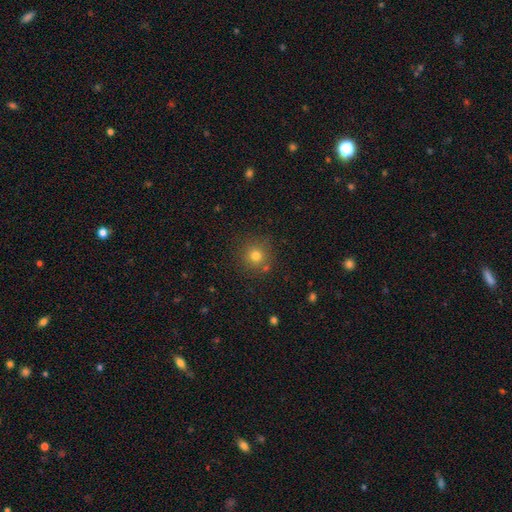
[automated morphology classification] Q: Smooth or featured?
A: smooth (76%); runner-up: star or artifact (16%)
Q: How rounded?
A: round (94%); runner-up: in between (5%)
Q: Merging?
A: none (82%); runner-up: minor disturbance (9%)